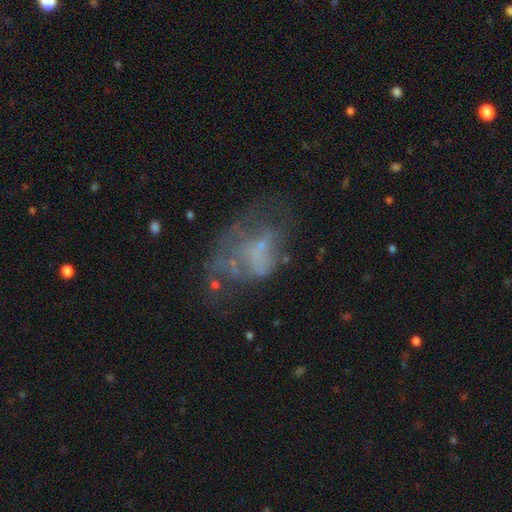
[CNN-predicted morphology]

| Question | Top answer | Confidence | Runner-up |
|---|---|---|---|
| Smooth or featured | featured or disk | 54% | smooth (29%) |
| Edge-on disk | no | 98% | yes (2%) |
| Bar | no | 85% | weak (12%) |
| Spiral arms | no | 84% | yes (16%) |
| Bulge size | none | 59% | small (30%) |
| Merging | major disturbance | 44% | none (28%) |